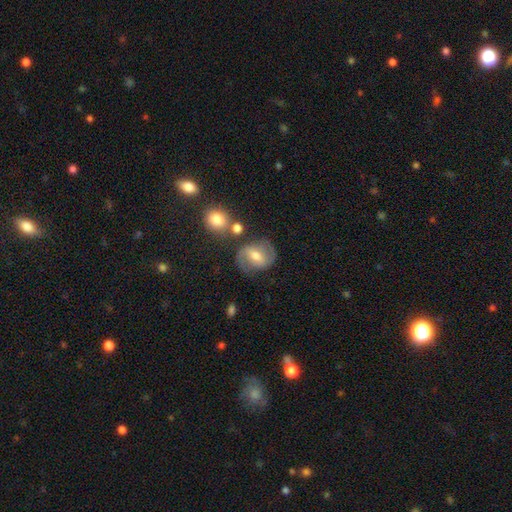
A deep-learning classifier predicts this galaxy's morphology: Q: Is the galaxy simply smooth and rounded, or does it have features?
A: featured or disk — 61%.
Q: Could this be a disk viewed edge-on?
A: no — 96%.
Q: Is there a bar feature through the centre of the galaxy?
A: weak — 47%.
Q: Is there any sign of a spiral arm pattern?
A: yes — 83%.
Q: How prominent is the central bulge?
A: moderate — 66%.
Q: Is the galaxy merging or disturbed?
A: none — 69%.